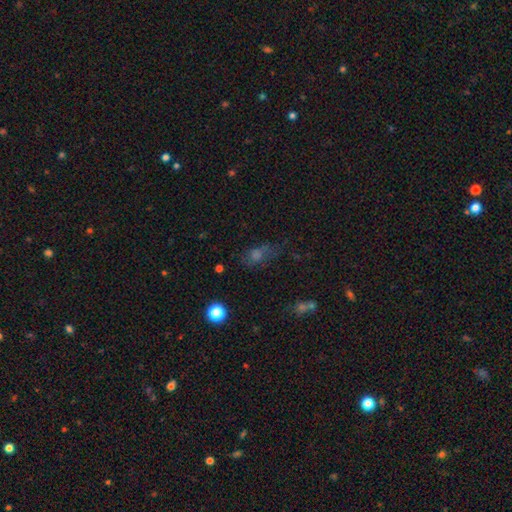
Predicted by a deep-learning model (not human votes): smooth-or-featured: smooth: 47% | star or artifact: 31% | featured or disk: 21%
  merging: none: 57% | minor disturbance: 22% | major disturbance: 16% | merger: 5%